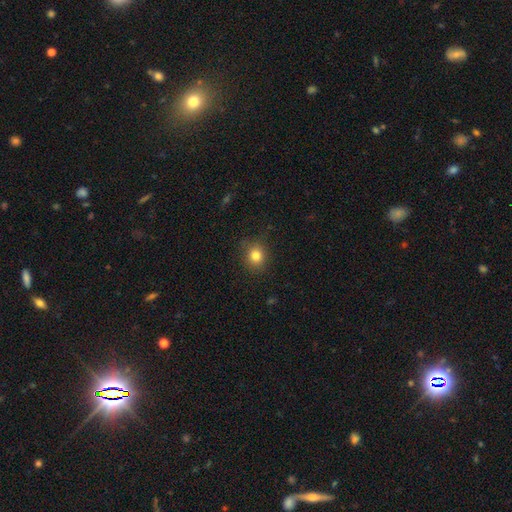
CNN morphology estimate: This appears to be a smooth galaxy with no disk features (82%) that is round (78%). Merging: none (86%).